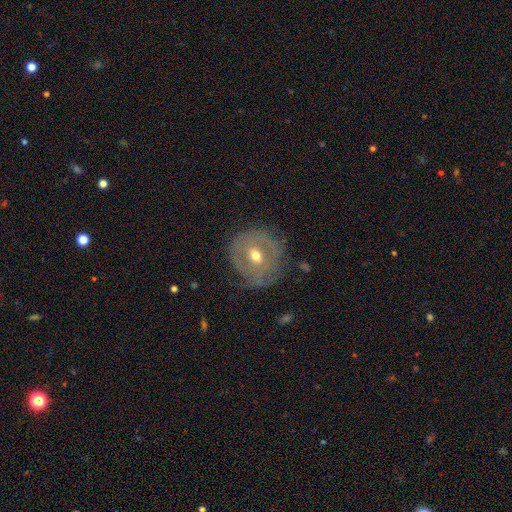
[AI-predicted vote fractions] featured or disk 63%, smooth 30%, star or artifact 8%. Down the decision tree: edge-on disk — no (96%); bar — no (57%); spiral arms — yes (51%); bulge size — moderate (69%); merging — none (69%).